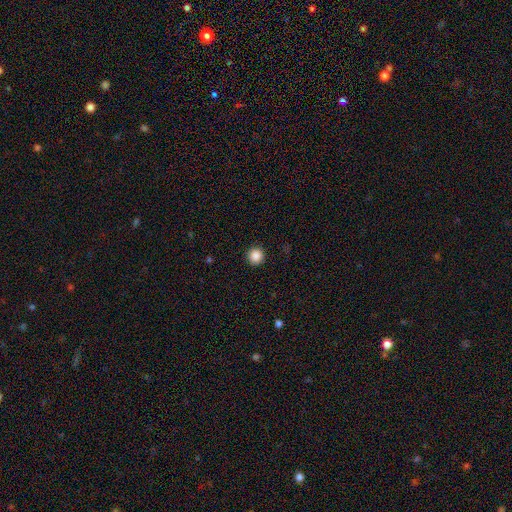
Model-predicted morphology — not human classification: A smooth galaxy with no disk features (87%) that is round (95%). Merging: none (93%).